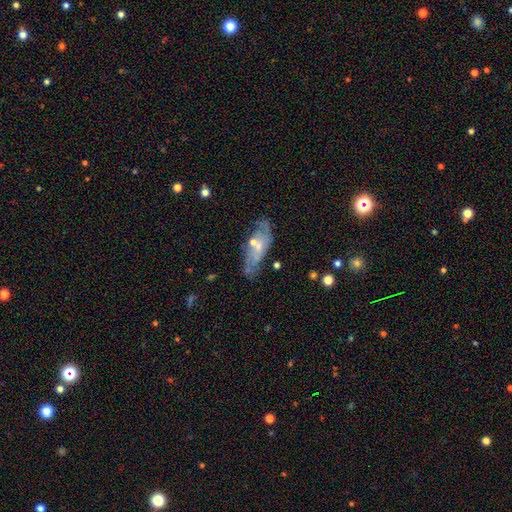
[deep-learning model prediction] featured or disk 54%, smooth 38%, star or artifact 8%. Down the decision tree: edge-on disk — no (84%); merging — none (51%).